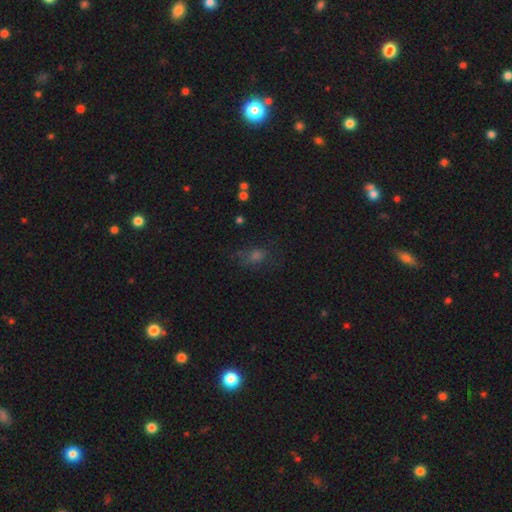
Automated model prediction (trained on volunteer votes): Morphology: type=smooth (49%); merging=none (59%).